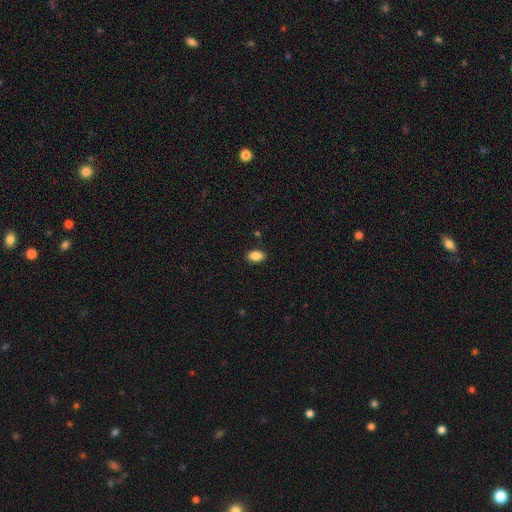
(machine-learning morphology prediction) Smooth or featured? smooth (88%)
How rounded? in between (90%)
Merging? none (89%)